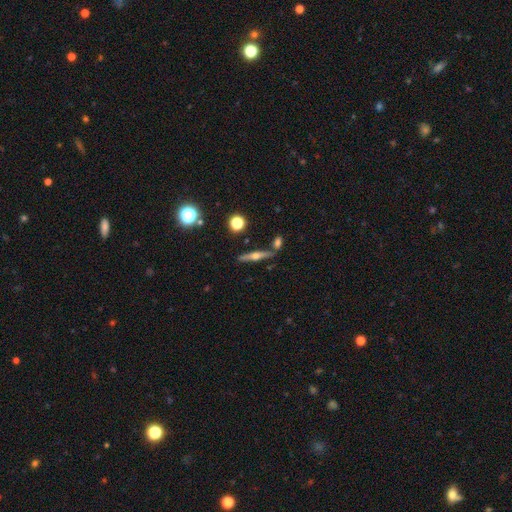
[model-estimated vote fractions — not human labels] A featured or disk galaxy (64%) viewed edge-on (95%) with a rounded central bulge (92%).

Vote fractions:
- Smooth or featured? featured or disk: 64% / smooth: 28% / star or artifact: 9%
- Edge-on disk? yes: 95% / no: 5%
- Edge-on bulge? rounded: 92% / none: 5% / boxy: 3%
- Merging? none: 78% / merger: 10% / minor disturbance: 9% / major disturbance: 2%